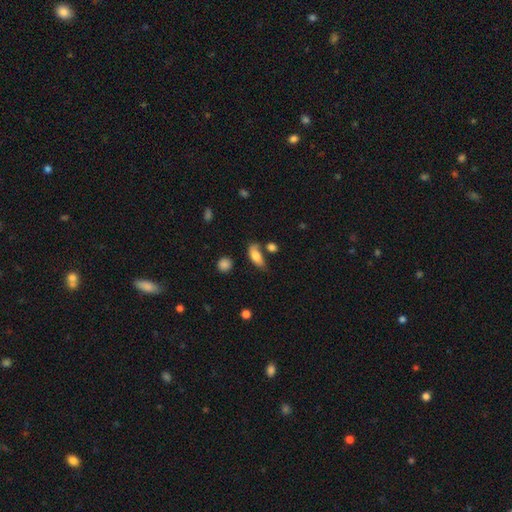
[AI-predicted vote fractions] Morphology: type=smooth (80%); roundness=in between (83%); merging=none (50%).